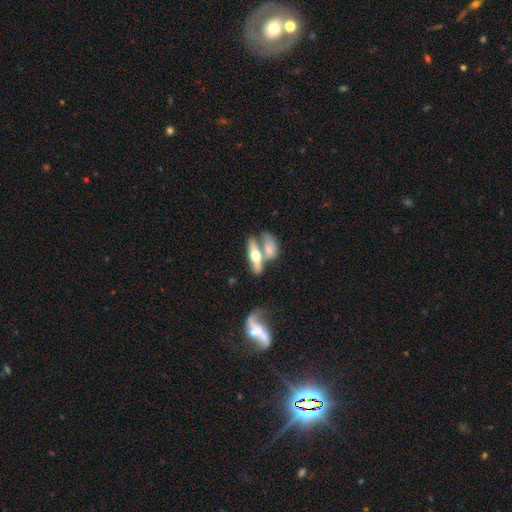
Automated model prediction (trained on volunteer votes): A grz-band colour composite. It shows a featured or disk galaxy (51%) viewed edge-on (74%). Merging: merger (46%).